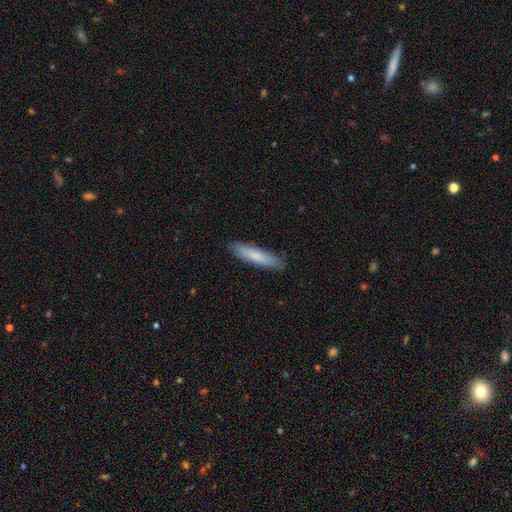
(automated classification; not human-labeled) smooth_or_featured: smooth (p=0.76) [alt: featured or disk p=0.19]
how_rounded: cigar-shaped (p=0.81) [alt: in between p=0.17]
merging: none (p=0.86) [alt: minor disturbance p=0.11]